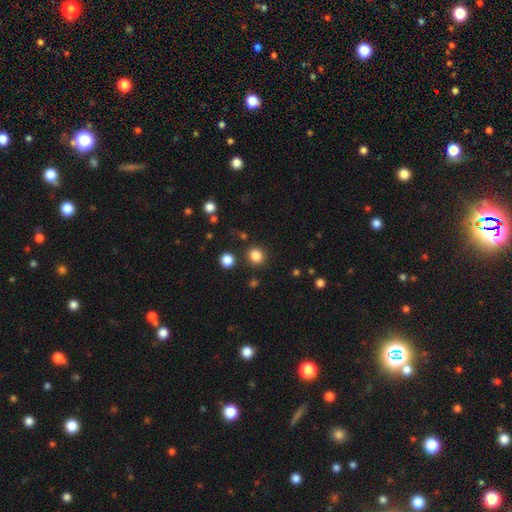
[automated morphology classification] A smooth galaxy with no disk features (84%) that is round (87%).

Vote fractions:
- Smooth or featured? smooth: 84% / star or artifact: 12% / featured or disk: 4%
- How rounded? round: 87% / in between: 12% / cigar-shaped: 1%
- Merging? none: 87% / minor disturbance: 7% / merger: 3% / major disturbance: 3%